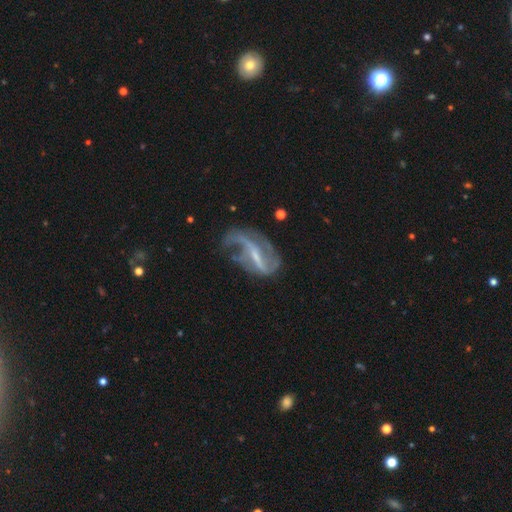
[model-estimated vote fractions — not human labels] Smooth or featured? featured or disk (83%)
Edge-on disk? no (94%)
Bar? strong (49%)
Spiral arms? yes (87%)
Spiral winding? loose (59%)
Spiral arm count? 2 (60%)
Bulge size? small (56%)
Merging? none (40%)